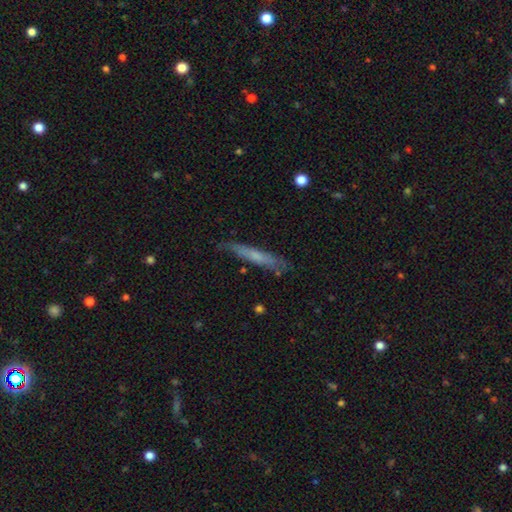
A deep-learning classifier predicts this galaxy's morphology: Q: Smooth or featured?
A: smooth (53%); runner-up: featured or disk (40%)
Q: How rounded?
A: cigar-shaped (92%); runner-up: in between (6%)
Q: Merging?
A: none (75%); runner-up: minor disturbance (19%)